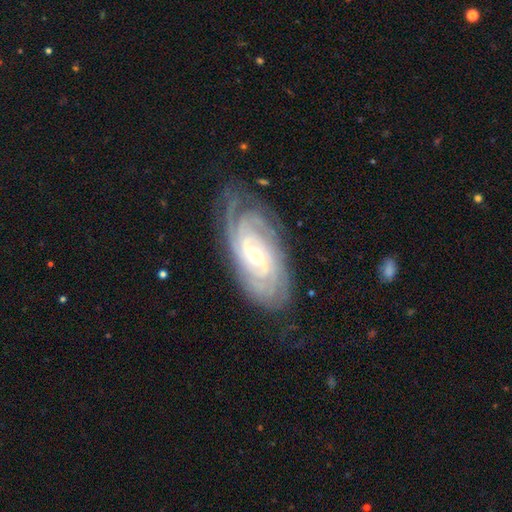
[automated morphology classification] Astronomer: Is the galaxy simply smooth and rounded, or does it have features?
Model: featured or disk — 90%.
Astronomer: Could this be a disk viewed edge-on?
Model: no — 94%.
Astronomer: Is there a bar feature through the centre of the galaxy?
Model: no — 45% (runner-up: weak, 37%).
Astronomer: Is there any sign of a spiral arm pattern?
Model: yes — 98%.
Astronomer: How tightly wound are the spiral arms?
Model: tight — 82%.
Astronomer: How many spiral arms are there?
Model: can't tell — 27% (runner-up: 4, 25%).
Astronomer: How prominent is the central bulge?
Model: moderate — 57% (runner-up: small, 39%).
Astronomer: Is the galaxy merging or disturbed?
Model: none — 78%.